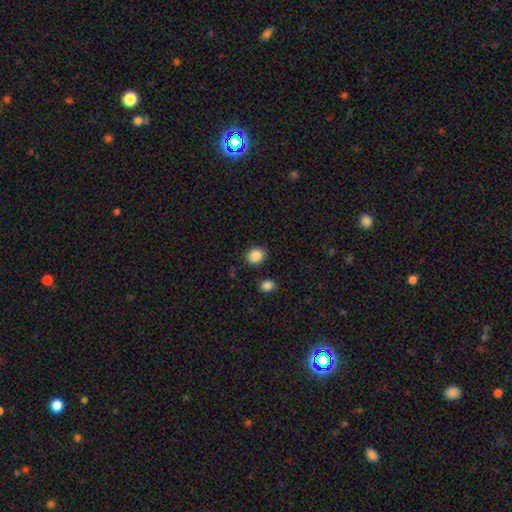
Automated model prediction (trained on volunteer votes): A smooth galaxy with no disk features (88%) that is round (68%).

Vote fractions:
- Smooth or featured? smooth: 88% / star or artifact: 9% / featured or disk: 3%
- How rounded? round: 68% / in between: 31% / cigar-shaped: 1%
- Merging? none: 87% / minor disturbance: 8% / merger: 3% / major disturbance: 3%